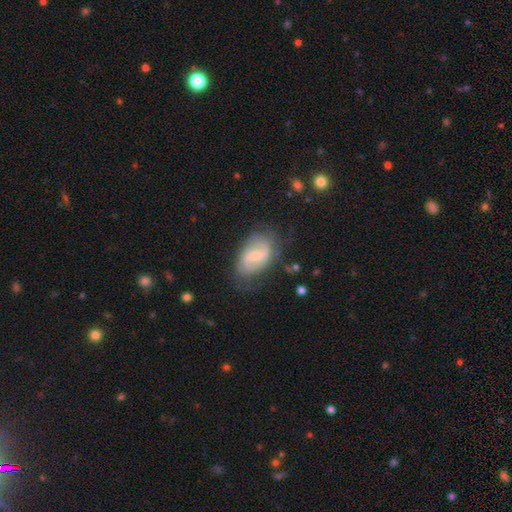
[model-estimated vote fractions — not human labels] A featured or disk galaxy (69%) with a weak bar (55%), 2 (82%) medium (42%) spiral arms (86%) and a small central bulge (56%). Merging: none (68%).